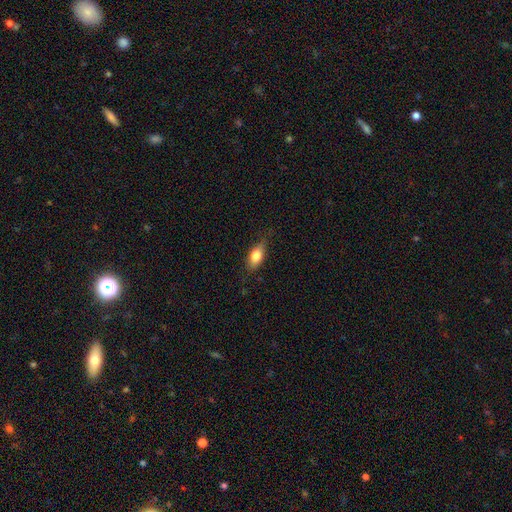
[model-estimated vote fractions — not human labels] smooth-or-featured: smooth: 77% | featured or disk: 16% | star or artifact: 7%
  how-rounded: in between: 83% | cigar-shaped: 12% | round: 5%
  merging: none: 79% | minor disturbance: 17% | major disturbance: 3% | merger: 1%